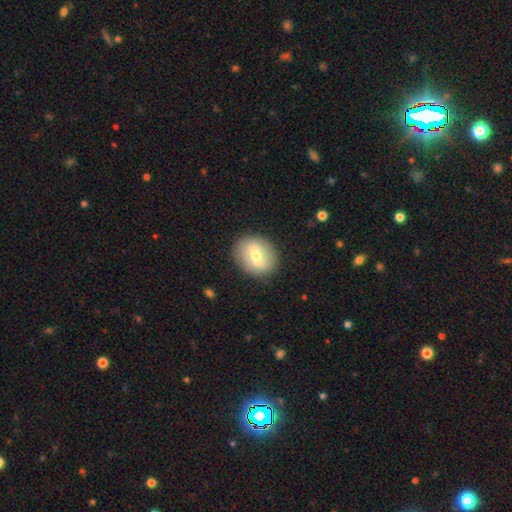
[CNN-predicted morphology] smooth-or-featured: featured or disk: 49% | smooth: 44% | star or artifact: 7%
  merging: none: 86% | minor disturbance: 10% | major disturbance: 3% | merger: 1%